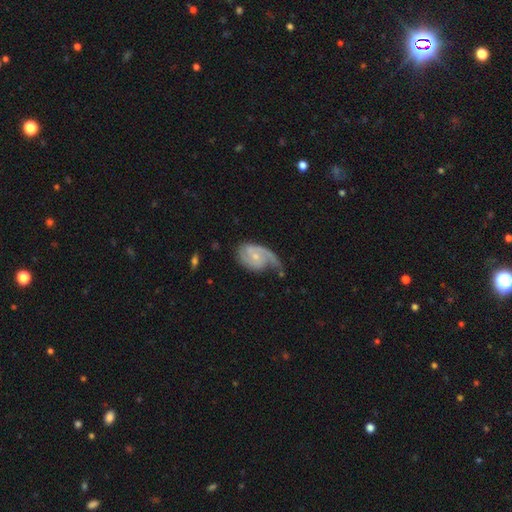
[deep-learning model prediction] smooth-or-featured: featured or disk: 84% | smooth: 11% | star or artifact: 5%
  disk-edge-on: no: 97% | yes: 3%
    bar: no: 56% | weak: 37% | strong: 7%
    has-spiral-arms: yes: 96% | no: 4%
      spiral-winding: medium: 46% | tight: 32% | loose: 22%
      spiral-arm-count: 2: 69% | 1: 15% | can't tell: 8% | 3: 6% | 4: 2% | more than 4: 2%
    bulge-size: small: 64% | moderate: 31% | none: 3% | large: 1% | dominant: 1%
  merging: none: 45% | minor disturbance: 31% | major disturbance: 20% | merger: 3%